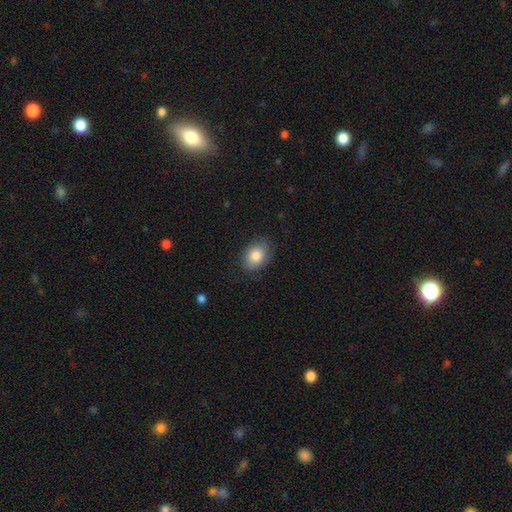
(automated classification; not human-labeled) smooth 84%, featured or disk 8%, star or artifact 8%. Down the decision tree: how rounded — in between (74%); merging — none (83%).